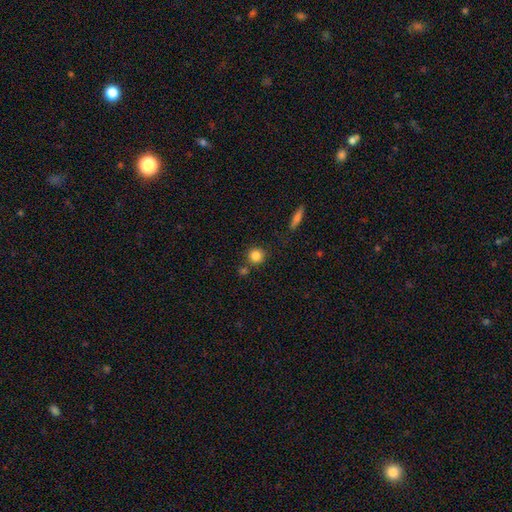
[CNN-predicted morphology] type=smooth (83%); roundness=round (92%); merging=none (76%).